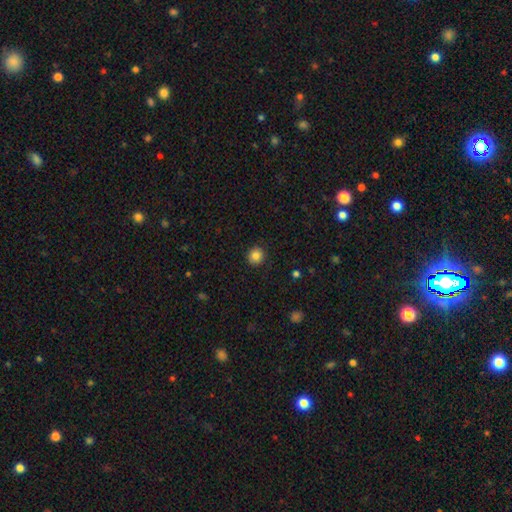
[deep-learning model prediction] Smooth or featured?
  - smooth: 85% *
  - star or artifact: 10%
  - featured or disk: 5%
How rounded?
  - round: 89% *
  - in between: 10%
  - cigar-shaped: 1%
Merging?
  - none: 91% *
  - minor disturbance: 6%
  - major disturbance: 2%
  - merger: 1%